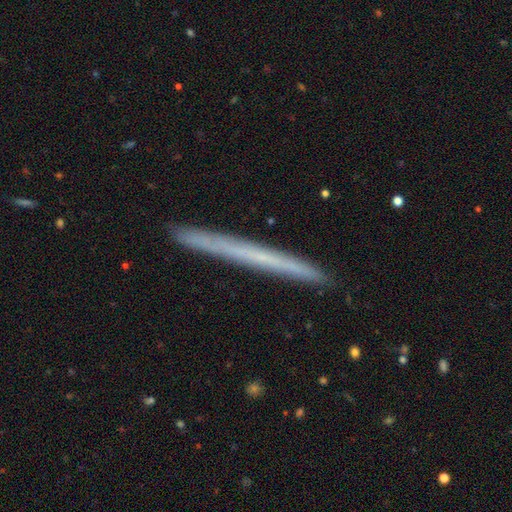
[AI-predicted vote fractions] The model was most divided on "smooth or featured": featured or disk: 50%, smooth: 43%, star or artifact: 7%. More confident: merging — none (91%).